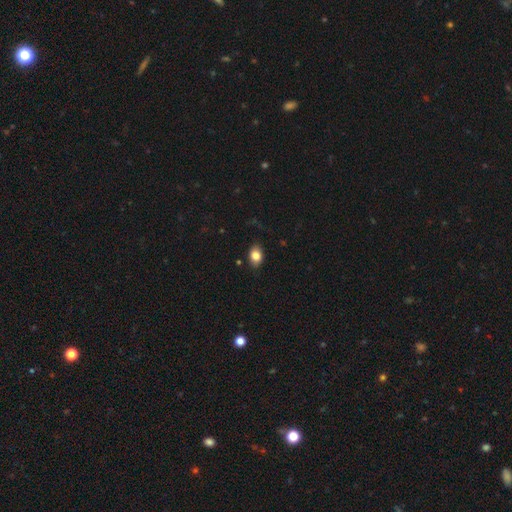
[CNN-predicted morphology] A smooth galaxy with no disk features (84%) that is in between round and cigar-shaped (81%).

Vote fractions:
- Smooth or featured? smooth: 84% / star or artifact: 8% / featured or disk: 8%
- How rounded? in between: 81% / round: 17% / cigar-shaped: 1%
- Merging? none: 84% / minor disturbance: 12% / major disturbance: 3% / merger: 1%